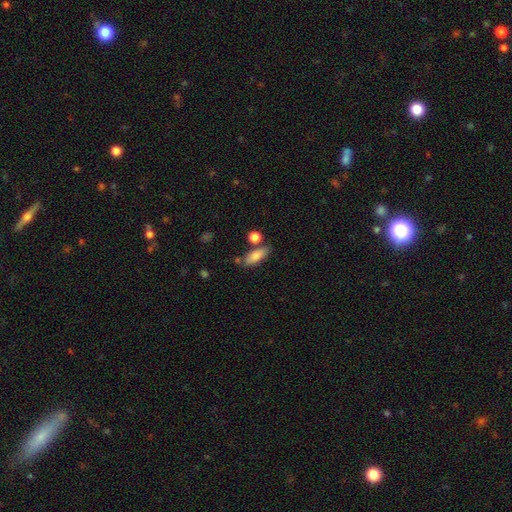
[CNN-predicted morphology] The model was most divided on "how rounded": in between: 73%, cigar-shaped: 23%, round: 4%. More confident: smooth or featured — smooth (81%); merging — none (68%).